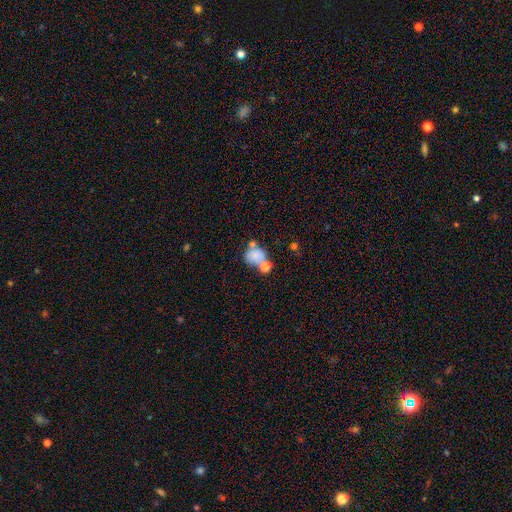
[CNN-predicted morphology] Q: Smooth or featured?
A: smooth (74%); runner-up: featured or disk (15%)
Q: How rounded?
A: round (58%); runner-up: in between (41%)
Q: Merging?
A: merger (42%); runner-up: none (34%)